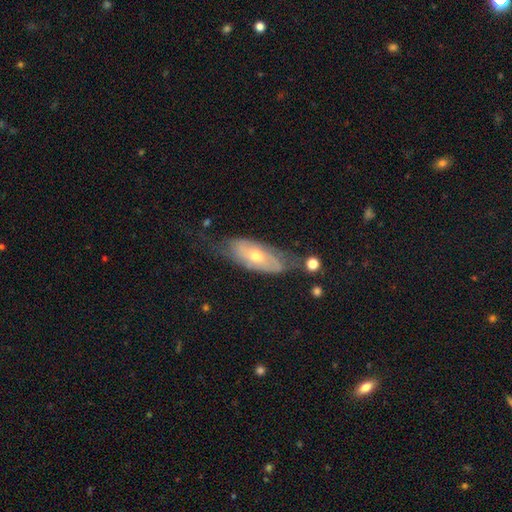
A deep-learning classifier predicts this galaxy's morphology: Smooth or featured?
  - featured or disk: 64% *
  - smooth: 28%
  - star or artifact: 7%
Edge-on disk?
  - no: 80% *
  - yes: 20%
Bar?
  - no: 70% *
  - weak: 22%
  - strong: 8%
Spiral arms?
  - yes: 66% *
  - no: 34%
Bulge size?
  - moderate: 67% *
  - small: 28%
  - large: 4%
  - none: 1%
  - dominant: 1%
Merging?
  - none: 56% *
  - minor disturbance: 26%
  - major disturbance: 14%
  - merger: 4%